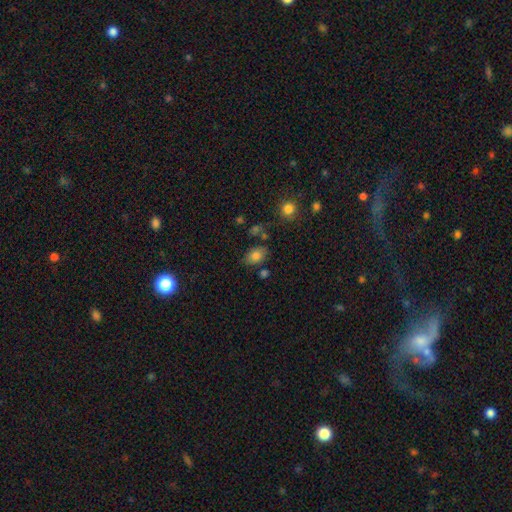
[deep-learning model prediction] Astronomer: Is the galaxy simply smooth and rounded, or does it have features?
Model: smooth — 80%.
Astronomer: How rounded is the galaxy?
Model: in between — 79%.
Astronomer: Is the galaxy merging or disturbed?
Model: none — 74%.